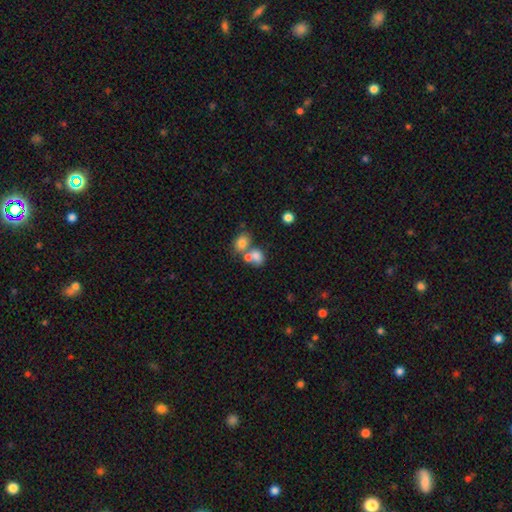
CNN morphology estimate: Overall: smooth (73%). How rounded: in between (56%; round 43%). Merging: merger (56%; none 29%).